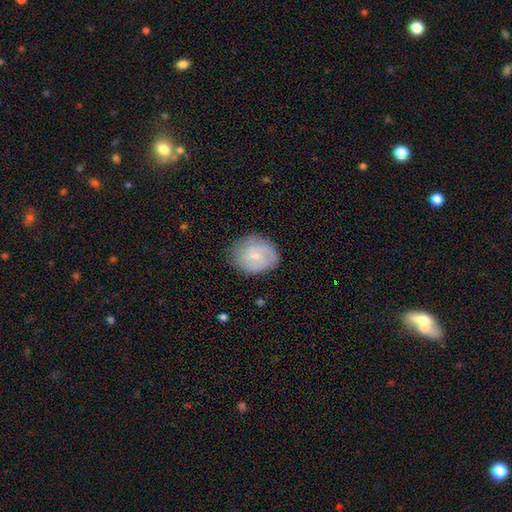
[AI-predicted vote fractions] Smooth or featured?
  - featured or disk: 49% *
  - smooth: 44%
  - star or artifact: 7%
Merging?
  - none: 74% *
  - minor disturbance: 19%
  - major disturbance: 6%
  - merger: 1%